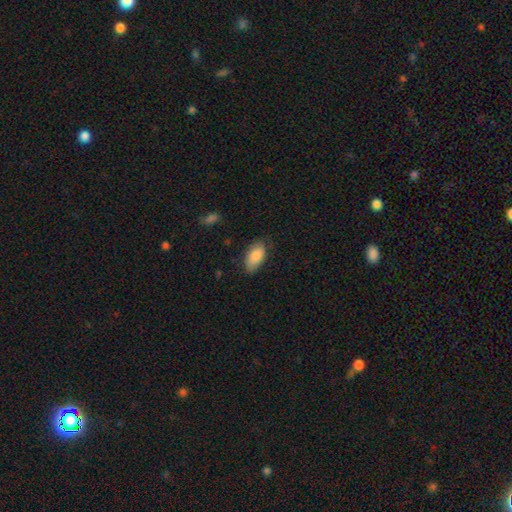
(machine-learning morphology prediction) A smooth galaxy with no disk features (86%) that is in between round and cigar-shaped (93%). Merging: none (71%).